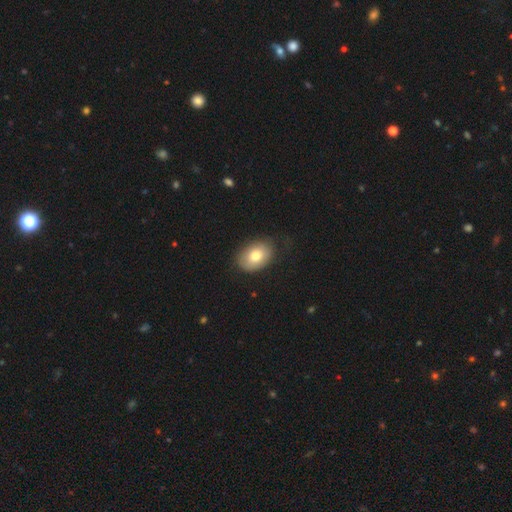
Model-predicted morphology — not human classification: This appears to be a smooth galaxy with no disk features (76%) that is in between round and cigar-shaped (78%). Merging: none (73%).